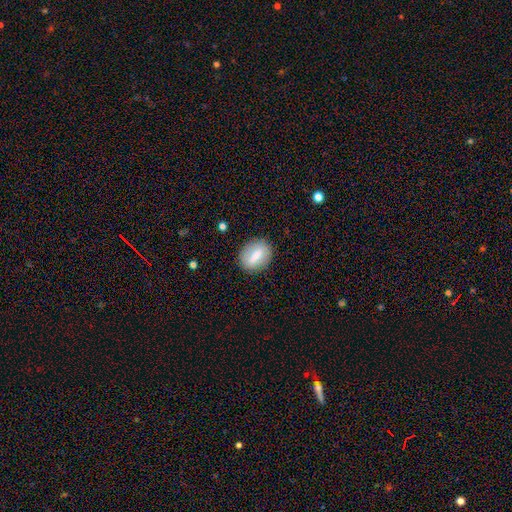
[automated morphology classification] Smooth or featured? smooth (66%)
How rounded? in between (67%)
Merging? none (83%)